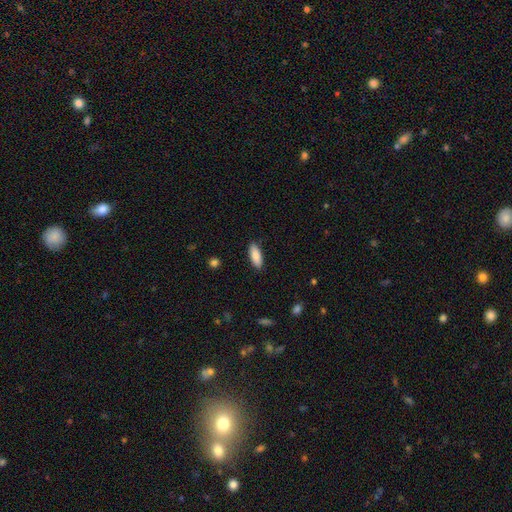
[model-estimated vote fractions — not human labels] smooth_or_featured: smooth (p=0.86) [alt: featured or disk p=0.08]
how_rounded: in between (p=0.74) [alt: cigar-shaped p=0.24]
merging: none (p=0.88) [alt: minor disturbance p=0.09]